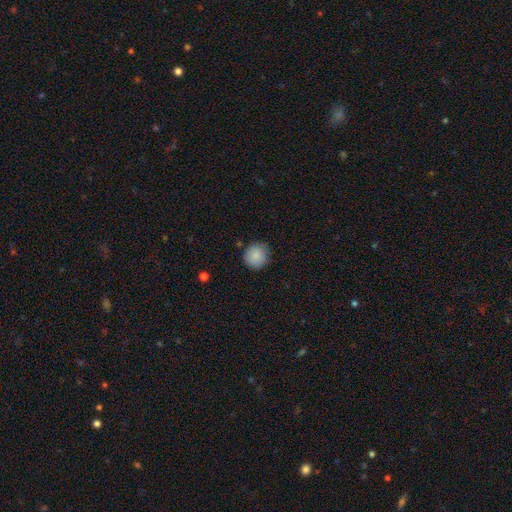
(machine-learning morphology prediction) This appears to be a smooth galaxy with no disk features (88%) that is round (90%). Merging: none (82%).